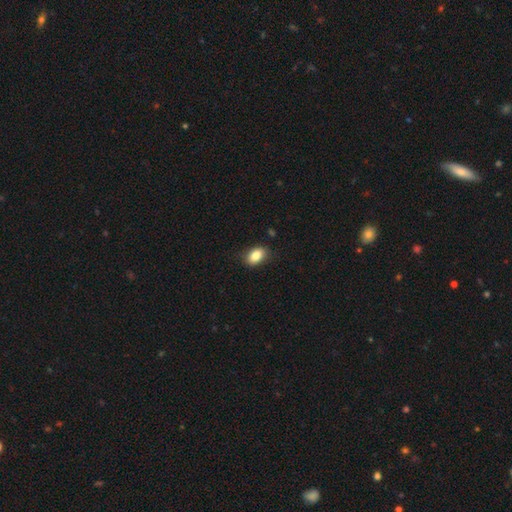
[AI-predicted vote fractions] Smooth or featured? smooth (85%)
How rounded? in between (86%)
Merging? none (83%)